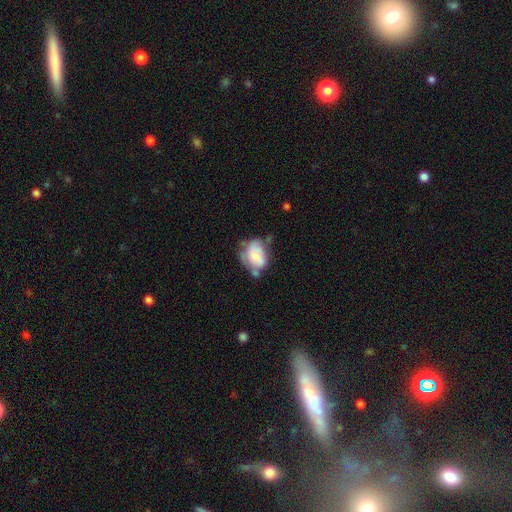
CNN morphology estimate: smooth-or-featured: smooth: 60% | featured or disk: 32% | star or artifact: 8%
  how-rounded: in between: 76% | round: 23% | cigar-shaped: 1%
  merging: minor disturbance: 32% | none: 30% | major disturbance: 20% | merger: 19%